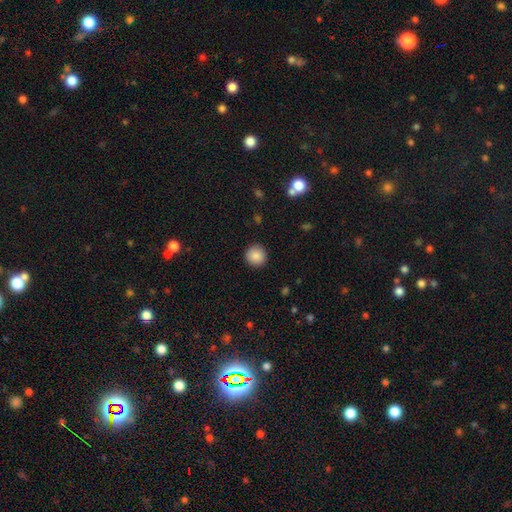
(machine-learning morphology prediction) type=smooth (88%); roundness=round (94%); merging=none (92%).